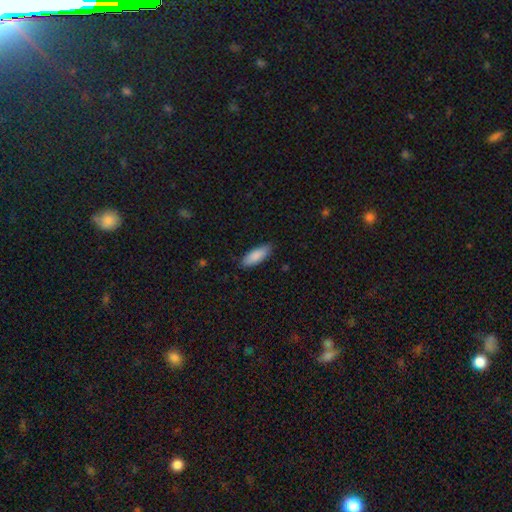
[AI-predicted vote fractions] This appears to be a smooth galaxy with no disk features (88%) that is in between round and cigar-shaped (73%). Merging: none (83%).